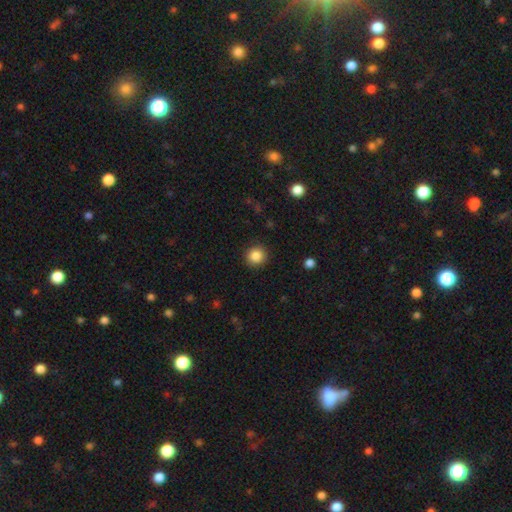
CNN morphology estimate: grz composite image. It shows a smooth galaxy with no disk features (86%) that is round (92%). Merging: none (91%).